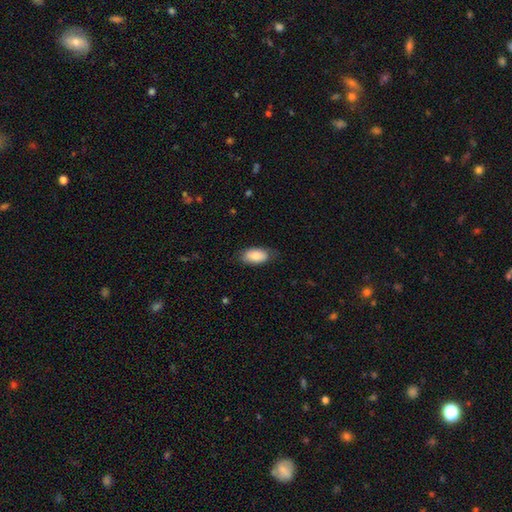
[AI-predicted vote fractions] Morphology: type=smooth (83%); roundness=in between (93%); merging=none (76%).